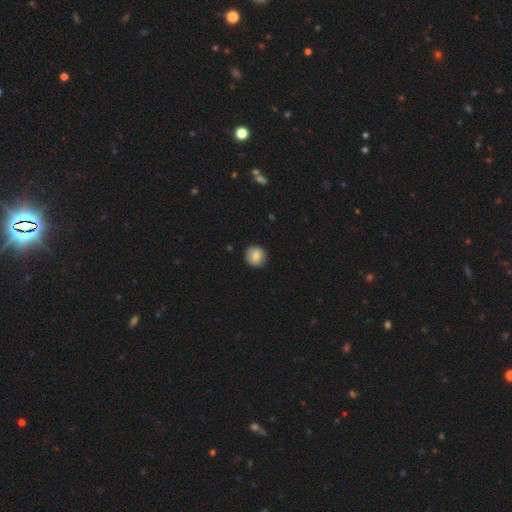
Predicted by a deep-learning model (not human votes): Morphology: type=smooth (79%); roundness=round (91%); merging=none (88%).